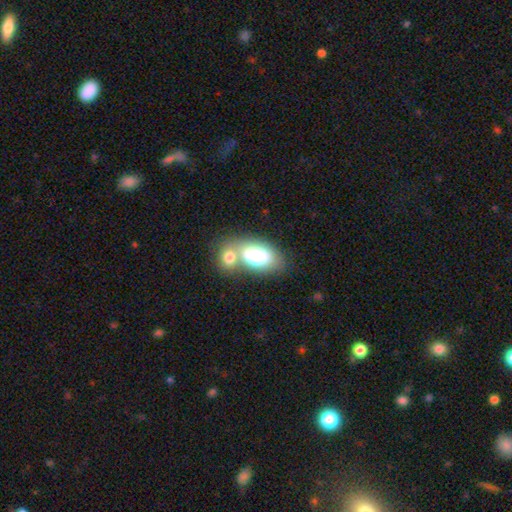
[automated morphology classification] Smooth or featured: smooth — 79% (featured or disk — 14%)
How rounded: in between — 91% (round — 6%)
Merging: merger — 53% (none — 32%)